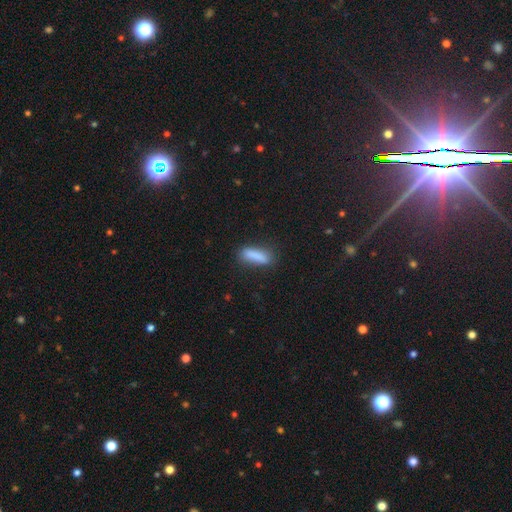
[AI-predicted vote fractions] Smooth or featured? smooth (86%)
How rounded? cigar-shaped (52%)
Merging? none (77%)